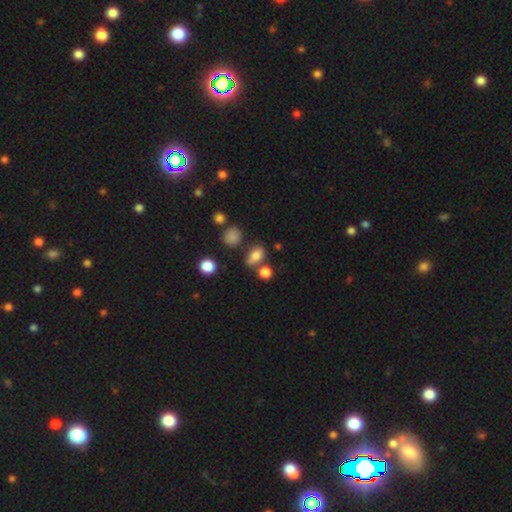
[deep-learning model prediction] A smooth galaxy with no disk features (78%) that is in between round and cigar-shaped (74%).

Vote fractions:
- Smooth or featured? smooth: 78% / star or artifact: 13% / featured or disk: 8%
- How rounded? in between: 74% / round: 22% / cigar-shaped: 3%
- Merging? none: 61% / merger: 17% / minor disturbance: 16% / major disturbance: 6%